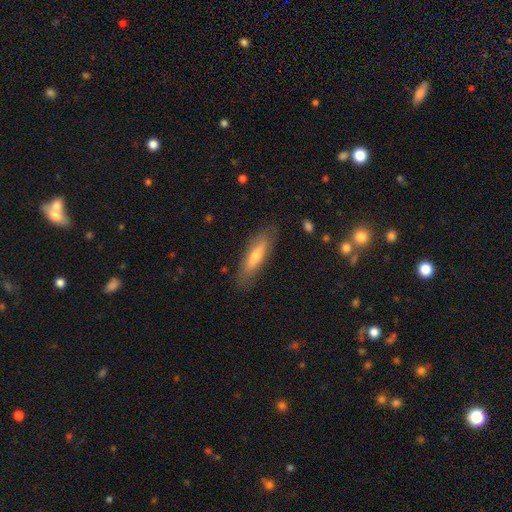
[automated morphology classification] smooth_or_featured: smooth (p=0.57) [alt: featured or disk p=0.36]
how_rounded: cigar-shaped (p=0.70) [alt: in between p=0.28]
merging: none (p=0.83) [alt: minor disturbance p=0.12]